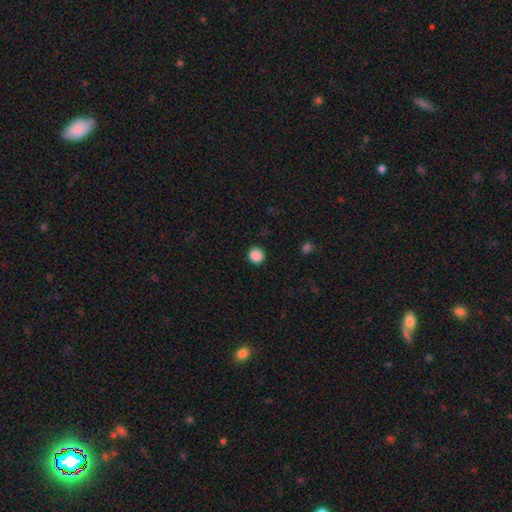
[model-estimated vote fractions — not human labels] A smooth galaxy with no disk features (87%) that is round (92%).

Vote fractions:
- Smooth or featured? smooth: 87% / star or artifact: 10% / featured or disk: 2%
- How rounded? round: 92% / in between: 7% / cigar-shaped: 1%
- Merging? none: 90% / minor disturbance: 6% / major disturbance: 2% / merger: 1%